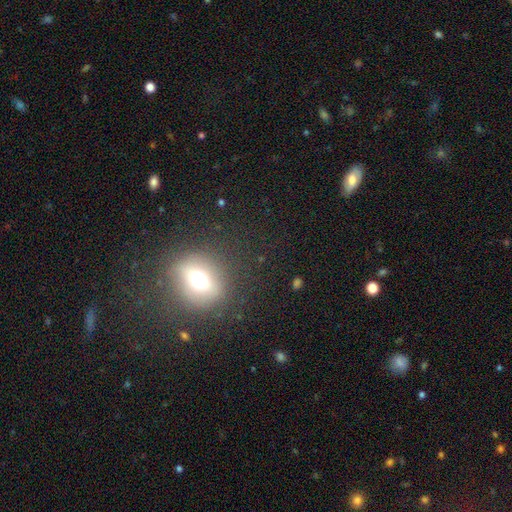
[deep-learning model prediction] Overall: smooth (48%; star or artifact 27%). Merging: none (84%).